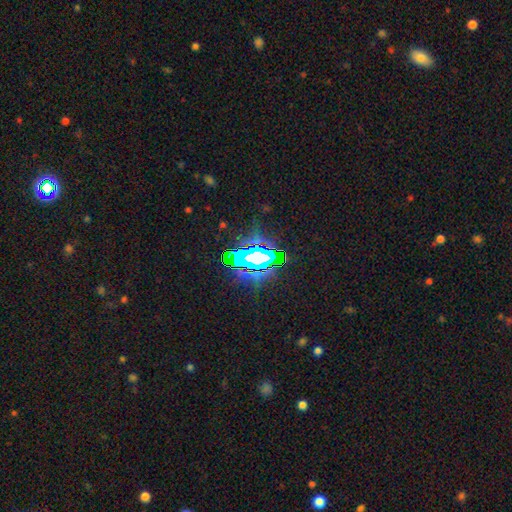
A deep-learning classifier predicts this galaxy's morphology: Q: Smooth or featured?
A: star or artifact (71%); runner-up: featured or disk (15%)